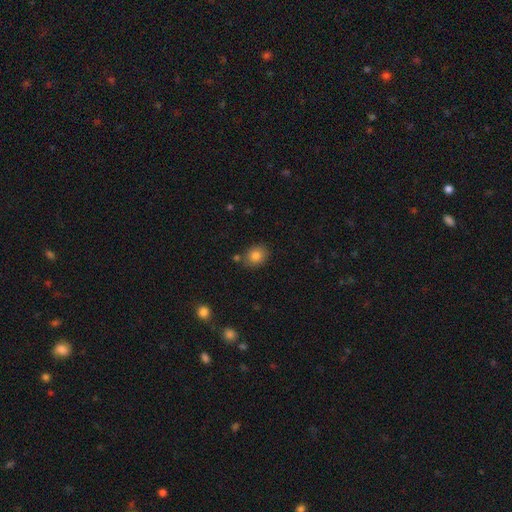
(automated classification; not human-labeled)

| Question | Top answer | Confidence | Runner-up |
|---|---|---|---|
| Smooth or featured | smooth | 82% | star or artifact (10%) |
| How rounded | round | 59% | in between (40%) |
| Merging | none | 79% | minor disturbance (11%) |